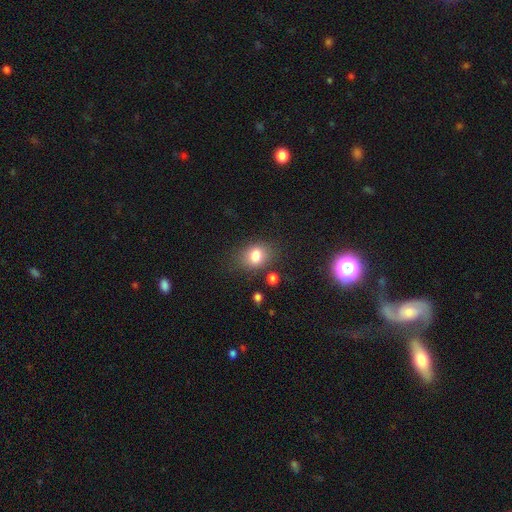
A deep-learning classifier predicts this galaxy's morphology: Q: Smooth or featured?
A: smooth (79%); runner-up: star or artifact (11%)
Q: How rounded?
A: in between (57%); runner-up: round (42%)
Q: Merging?
A: none (73%); runner-up: minor disturbance (16%)